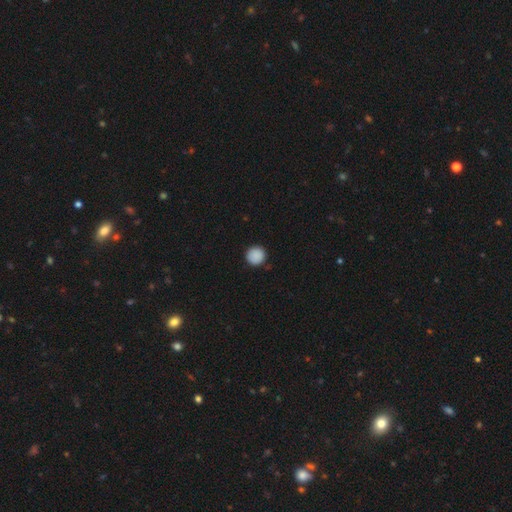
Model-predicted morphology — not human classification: This is clearly a smooth galaxy (89%). How rounded: clearly round (95%). Merging: clearly none (91%).